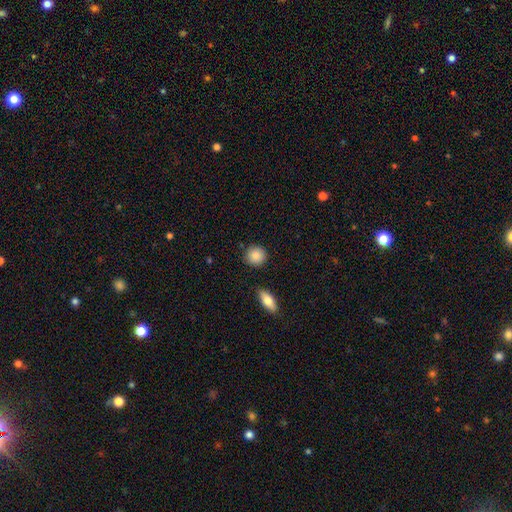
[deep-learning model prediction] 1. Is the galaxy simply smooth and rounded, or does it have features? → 87% smooth, 7% star or artifact, 6% featured or disk.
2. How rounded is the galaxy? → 90% round, 9% in between, 1% cigar-shaped.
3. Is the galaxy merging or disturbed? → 88% none, 8% minor disturbance, 3% merger, 2% major disturbance.